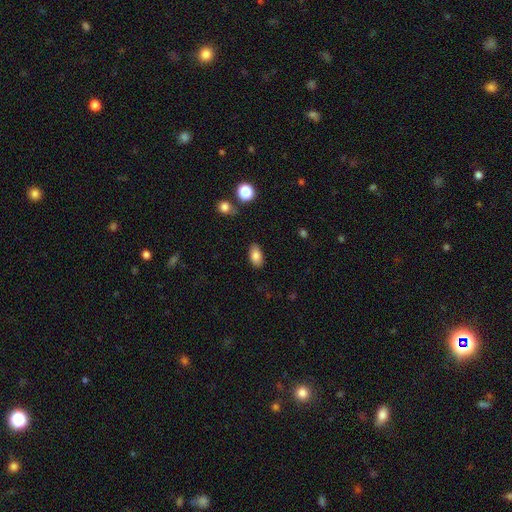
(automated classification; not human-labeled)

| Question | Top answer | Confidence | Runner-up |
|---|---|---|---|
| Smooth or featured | smooth | 84% | star or artifact (8%) |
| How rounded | in between | 92% | round (6%) |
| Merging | none | 85% | minor disturbance (11%) |